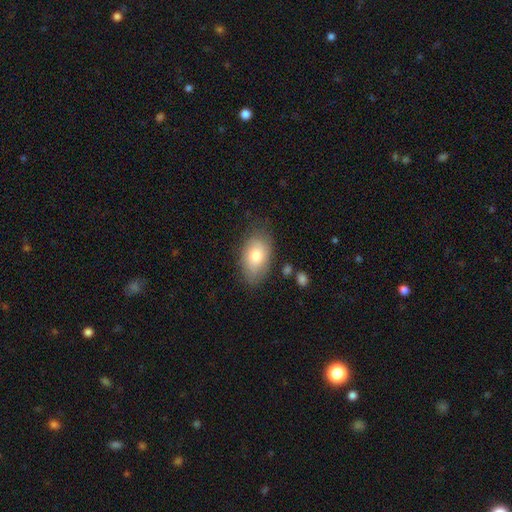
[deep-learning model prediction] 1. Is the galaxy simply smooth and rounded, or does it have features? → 74% smooth, 19% featured or disk, 7% star or artifact.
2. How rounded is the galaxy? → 91% in between, 7% round, 2% cigar-shaped.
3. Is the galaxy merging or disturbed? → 72% none, 20% minor disturbance, 6% major disturbance, 2% merger.